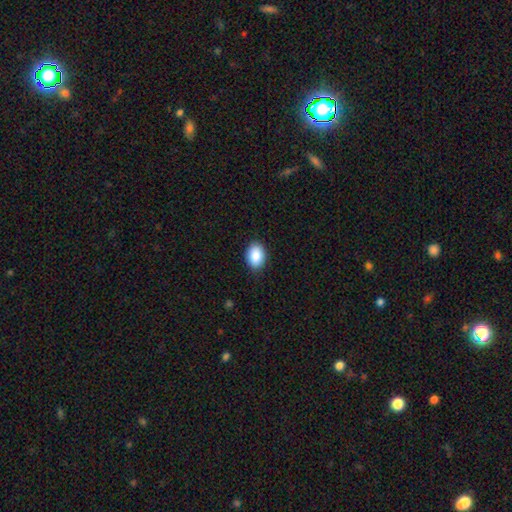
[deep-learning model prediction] This is clearly a smooth galaxy (88%). How rounded: clearly in between (83%). Merging: clearly none (88%).